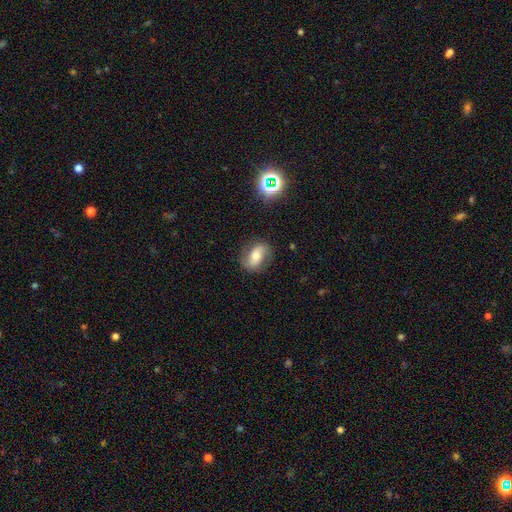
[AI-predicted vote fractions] This appears to be a featured or disk galaxy (50%). Merging: none (79%).